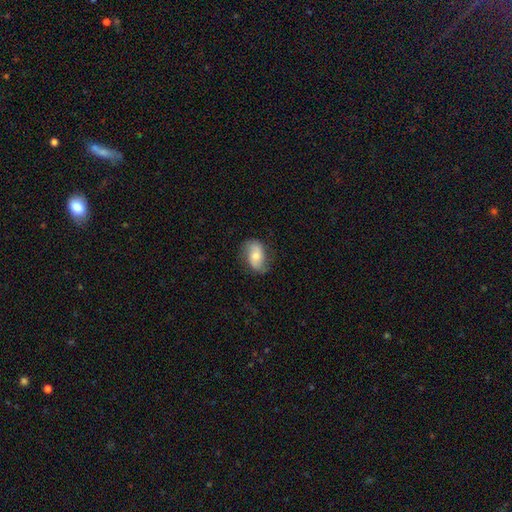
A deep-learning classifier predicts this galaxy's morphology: Smooth or featured? smooth (50%)
Merging? none (74%)